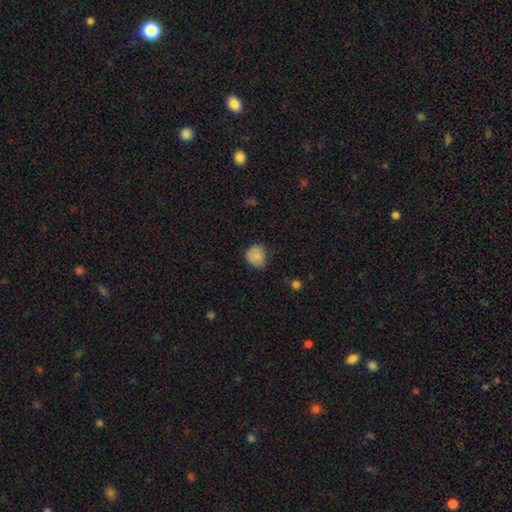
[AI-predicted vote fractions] Overall: smooth (82%). How rounded: round (84%). Merging: none (71%).